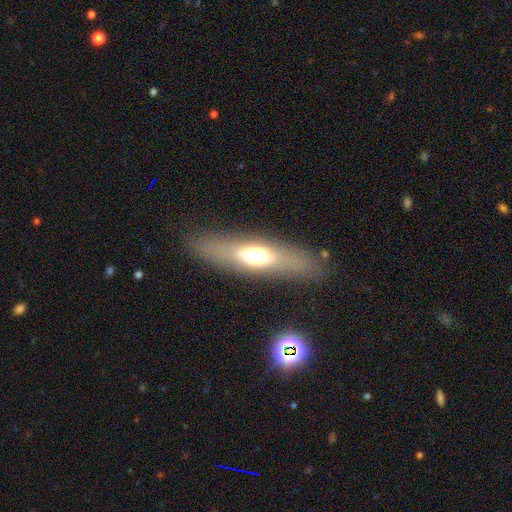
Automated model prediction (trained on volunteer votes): Morphology: type=smooth (50%); merging=none (86%).